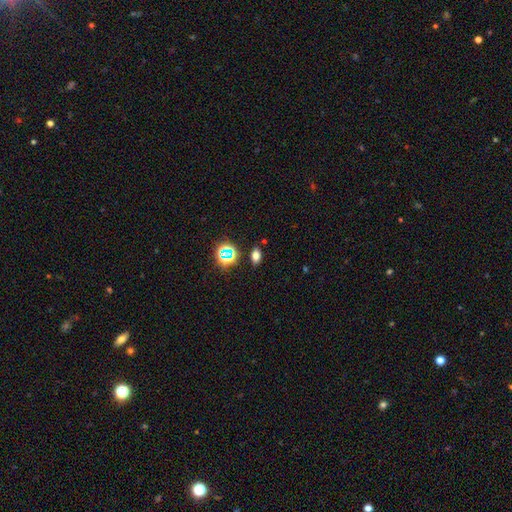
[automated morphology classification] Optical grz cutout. It shows a smooth galaxy with no disk features (65%) that is in between round and cigar-shaped (79%). Merging: none (84%).